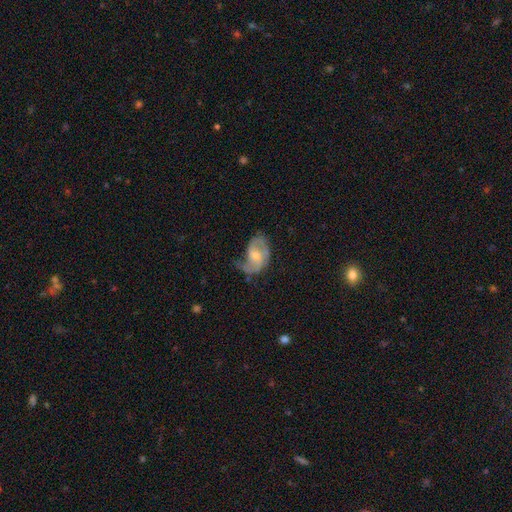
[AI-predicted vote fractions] This appears to be a featured or disk galaxy (68%) with no bar (50%), 2 (66%) medium (42%) spiral arms (84%) and a moderate central bulge (54%). Merging: none (38%).